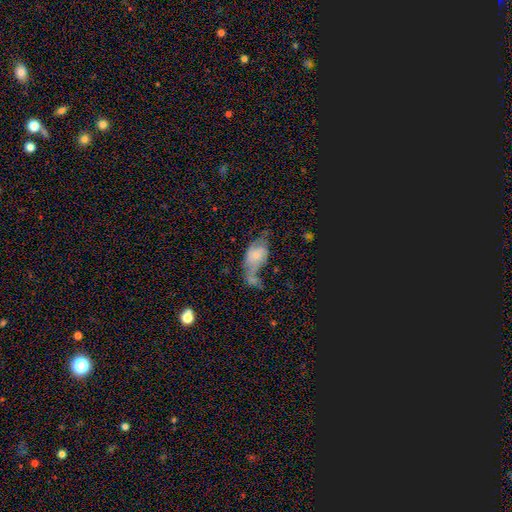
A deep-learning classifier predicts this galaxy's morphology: Smooth or featured: smooth — 48% (featured or disk — 43%)
Merging: major disturbance — 30% (merger — 29%)